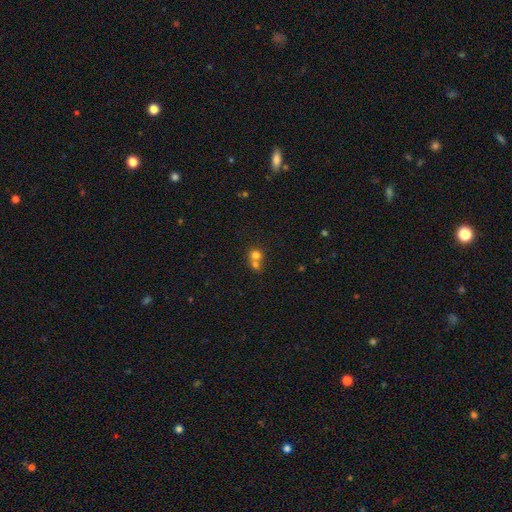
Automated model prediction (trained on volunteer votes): A smooth galaxy with no disk features (73%) that is round (79%). Merging: merger (62%).